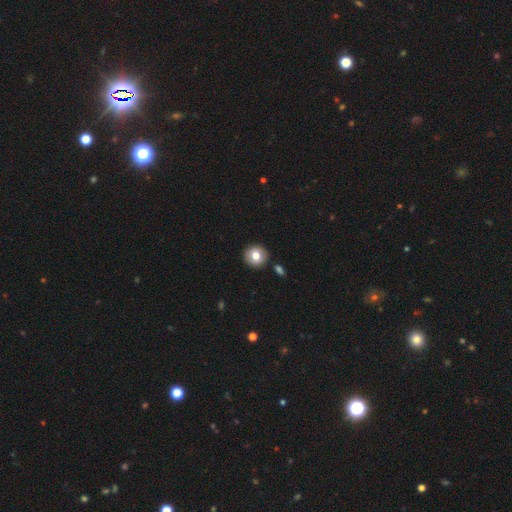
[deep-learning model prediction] Smooth or featured: smooth — 78% (featured or disk — 13%)
How rounded: round — 93% (in between — 6%)
Merging: none — 89% (minor disturbance — 6%)